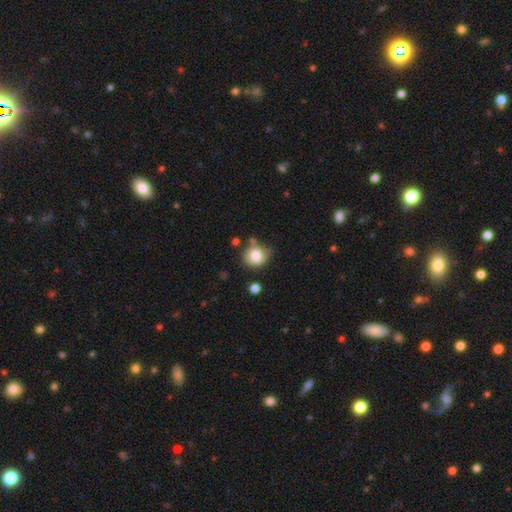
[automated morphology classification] smooth-or-featured: smooth: 79% | featured or disk: 12% | star or artifact: 9%
  how-rounded: round: 71% | in between: 28% | cigar-shaped: 1%
  merging: none: 58% | minor disturbance: 25% | merger: 10% | major disturbance: 7%